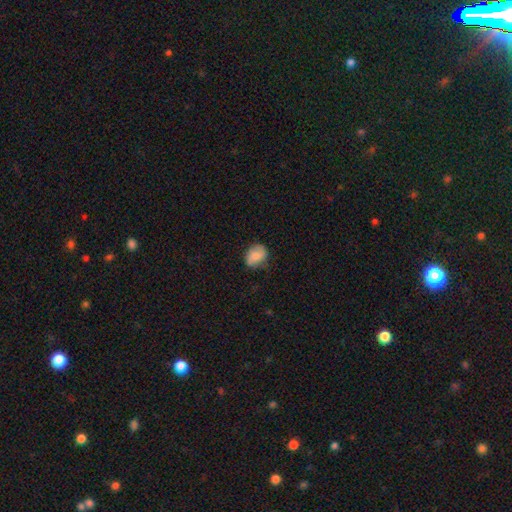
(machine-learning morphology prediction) The model was most divided on "how rounded": in between: 60%, round: 39%, cigar-shaped: 1%. More confident: smooth or featured — smooth (70%); merging — none (70%).